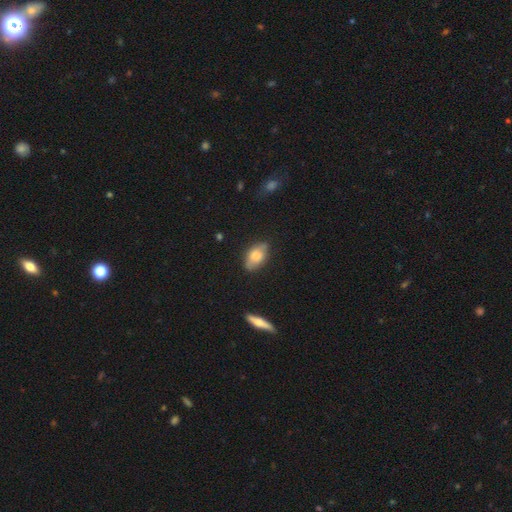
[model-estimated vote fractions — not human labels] A smooth galaxy with no disk features (70%) that is in between round and cigar-shaped (89%).

Vote fractions:
- Smooth or featured? smooth: 70% / featured or disk: 23% / star or artifact: 7%
- How rounded? in between: 89% / round: 6% / cigar-shaped: 5%
- Merging? none: 72% / minor disturbance: 22% / major disturbance: 4% / merger: 2%